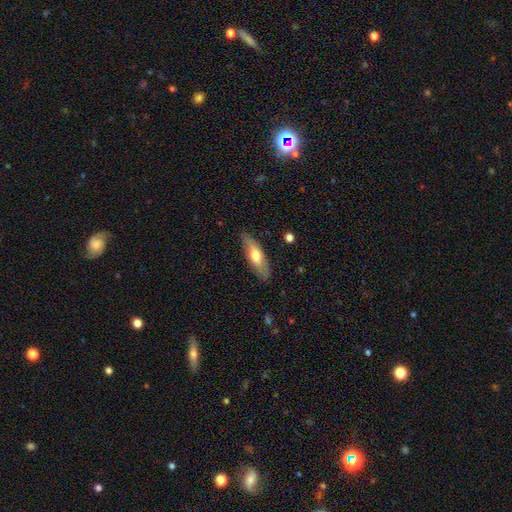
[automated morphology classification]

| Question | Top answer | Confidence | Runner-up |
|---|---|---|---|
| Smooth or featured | smooth | 62% | featured or disk (32%) |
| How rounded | in between | 53% | cigar-shaped (45%) |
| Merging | none | 82% | minor disturbance (14%) |